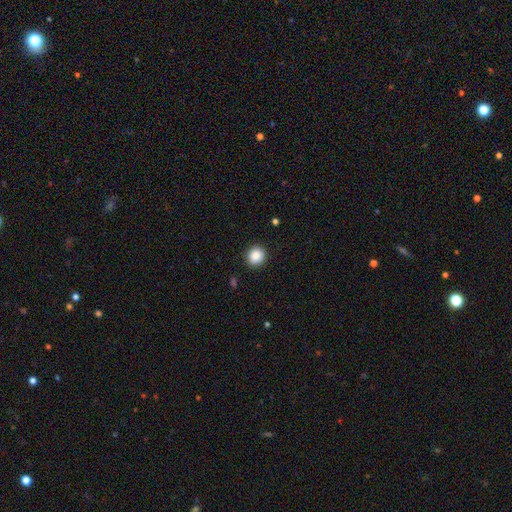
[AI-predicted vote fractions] A smooth galaxy with no disk features (88%) that is round (87%).

Vote fractions:
- Smooth or featured? smooth: 88% / star or artifact: 9% / featured or disk: 3%
- How rounded? round: 87% / in between: 12% / cigar-shaped: 1%
- Merging? none: 91% / minor disturbance: 6% / major disturbance: 2% / merger: 1%